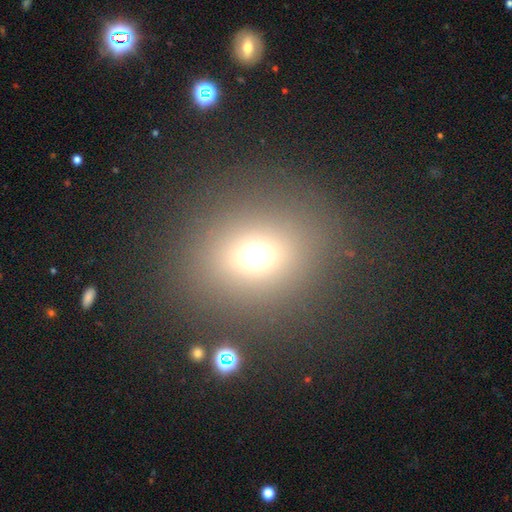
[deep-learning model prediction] Smooth or featured? Predicted: smooth (p=0.67). How rounded? Predicted: round (p=0.71). Merging? Predicted: none (p=0.82).